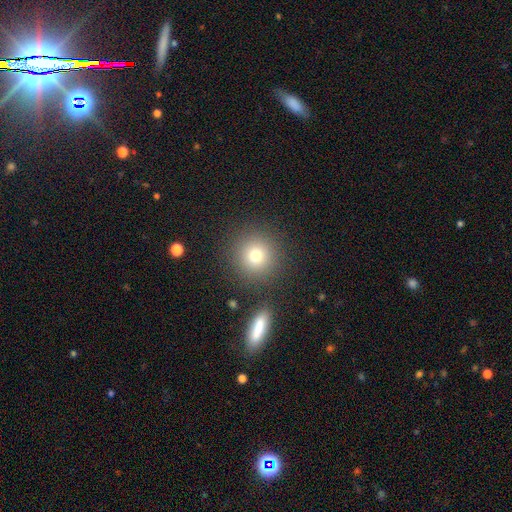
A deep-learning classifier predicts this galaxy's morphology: smooth-or-featured: smooth: 76% | star or artifact: 14% | featured or disk: 10%
  how-rounded: round: 94% | in between: 5% | cigar-shaped: 1%
  merging: none: 86% | minor disturbance: 7% | merger: 4% | major disturbance: 3%